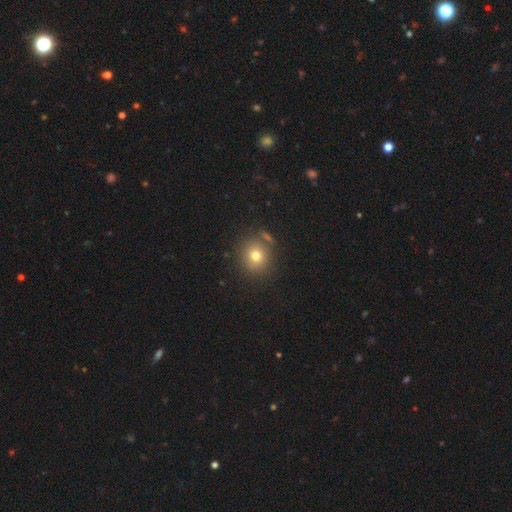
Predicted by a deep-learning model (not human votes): smooth_or_featured: smooth (p=0.74) [alt: star or artifact p=0.14]
how_rounded: round (p=0.87) [alt: in between p=0.12]
merging: none (p=0.78) [alt: minor disturbance p=0.10]